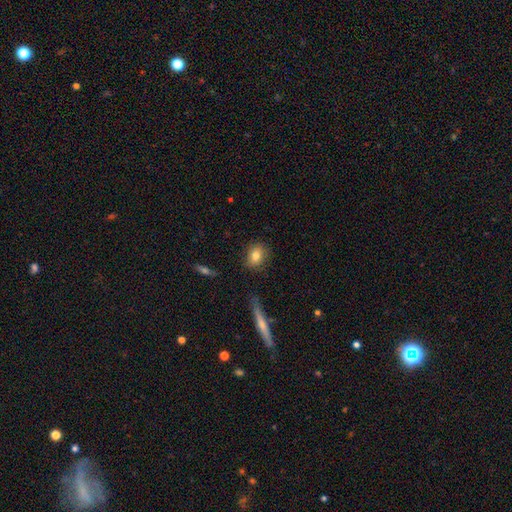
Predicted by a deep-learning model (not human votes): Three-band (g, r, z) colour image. It shows a smooth galaxy with no disk features (80%) that is round (50%). Merging: none (84%).